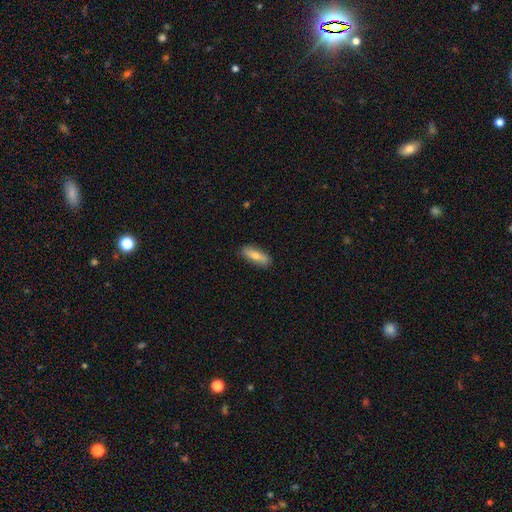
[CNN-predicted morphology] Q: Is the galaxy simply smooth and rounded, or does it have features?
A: smooth — 72%.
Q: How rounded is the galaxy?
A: in between — 53%.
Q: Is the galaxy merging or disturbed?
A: none — 84%.